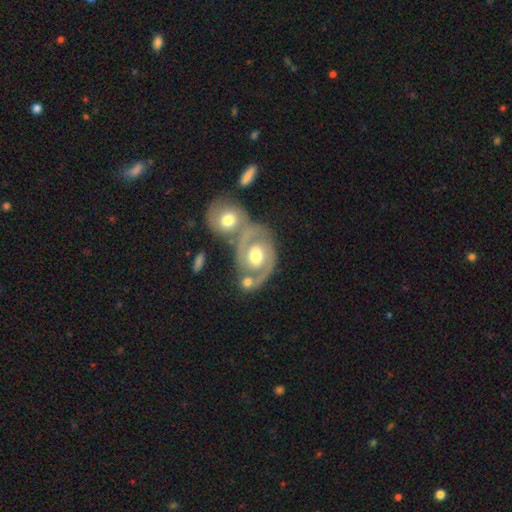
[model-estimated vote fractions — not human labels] Morphology: type=featured or disk (82%); edge-on=no (97%); bar=no (63%); spiral arms=yes (89%); winding=tight (45%); arm count=2 (85%); bulge=moderate (71%); merging=merger (43%).